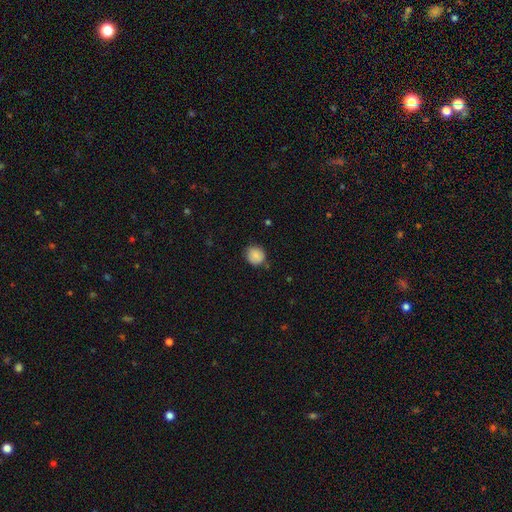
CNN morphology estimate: smooth_or_featured: smooth (p=0.85) [alt: star or artifact p=0.09]
how_rounded: round (p=0.81) [alt: in between p=0.18]
merging: none (p=0.72) [alt: minor disturbance p=0.23]